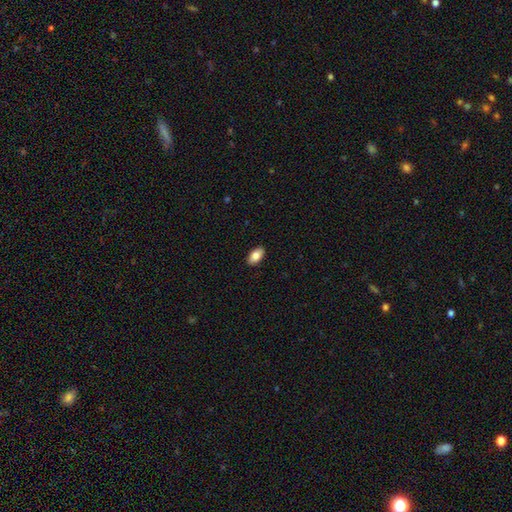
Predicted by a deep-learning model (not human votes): Q: Smooth or featured?
A: smooth (83%); runner-up: featured or disk (11%)
Q: How rounded?
A: in between (94%); runner-up: round (3%)
Q: Merging?
A: none (90%); runner-up: minor disturbance (8%)